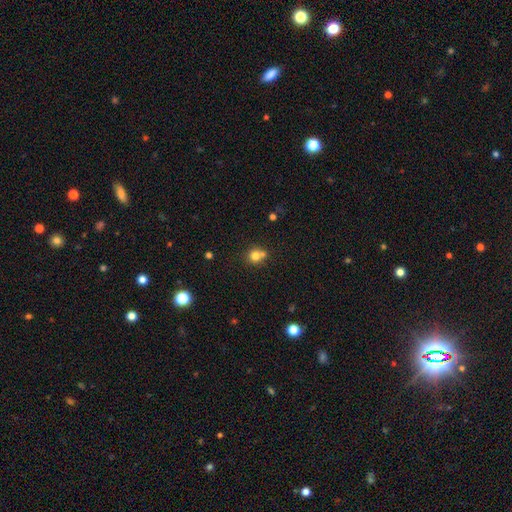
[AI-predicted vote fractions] Smooth or featured? smooth (77%)
How rounded? round (87%)
Merging? none (51%)